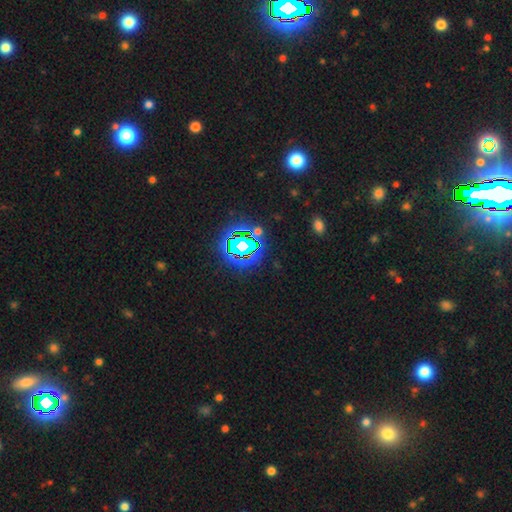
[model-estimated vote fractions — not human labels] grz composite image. It shows a star or artifact, not a galaxy (82%).